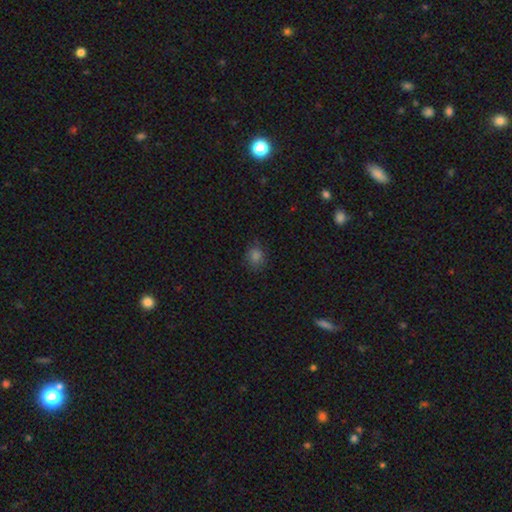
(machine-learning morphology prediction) Q: Smooth or featured?
A: smooth (75%); runner-up: star or artifact (19%)
Q: How rounded?
A: round (67%); runner-up: in between (32%)
Q: Merging?
A: none (80%); runner-up: minor disturbance (15%)